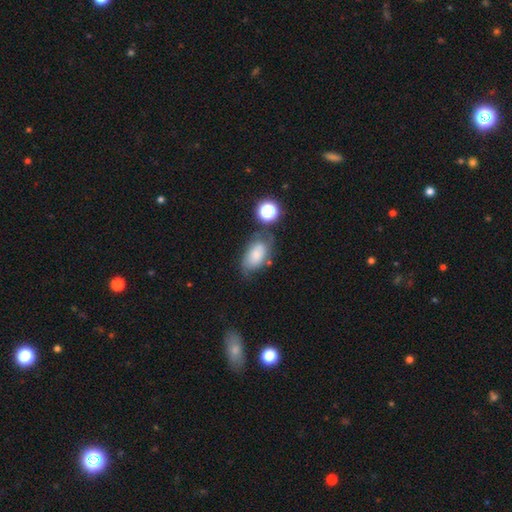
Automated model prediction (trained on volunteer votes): This is likely a smooth galaxy (63%). How rounded: clearly in between (90%). Merging: possibly none (54%).